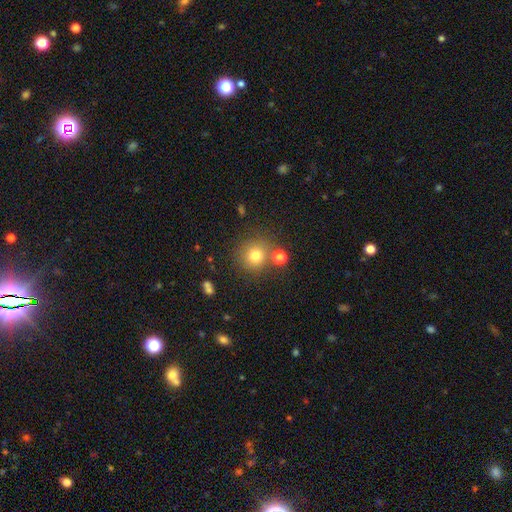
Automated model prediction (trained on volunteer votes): Morphology: type=smooth (75%); roundness=round (91%); merging=none (75%).